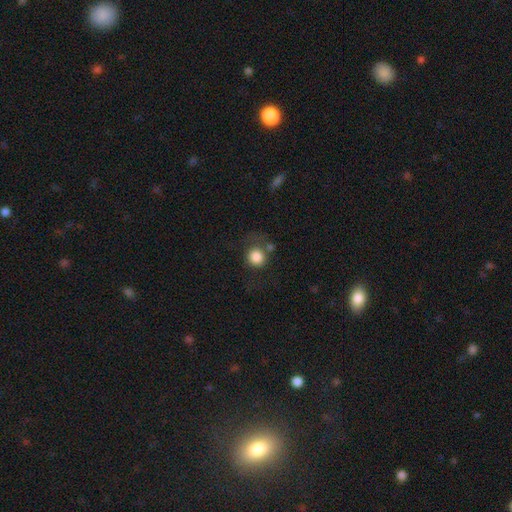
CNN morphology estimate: Smooth or featured?
  - smooth: 83% *
  - star or artifact: 9%
  - featured or disk: 7%
How rounded?
  - round: 89% *
  - in between: 10%
  - cigar-shaped: 1%
Merging?
  - none: 59% *
  - minor disturbance: 17%
  - major disturbance: 12%
  - merger: 11%